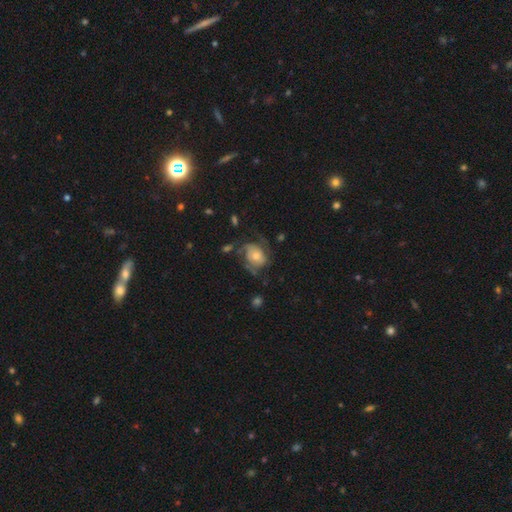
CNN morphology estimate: A featured or disk galaxy (61%) with no bar (76%), spiral arms (79%) and a moderate central bulge (52%).

Vote fractions:
- Smooth or featured? featured or disk: 61% / smooth: 31% / star or artifact: 8%
- Edge-on disk? no: 97% / yes: 3%
- Bar? no: 76% / weak: 20% / strong: 4%
- Spiral arms? yes: 79% / no: 21%
- Bulge size? moderate: 52% / small: 28% / large: 14% / none: 3% / dominant: 2%
- Merging? none: 44% / major disturbance: 28% / minor disturbance: 25% / merger: 4%